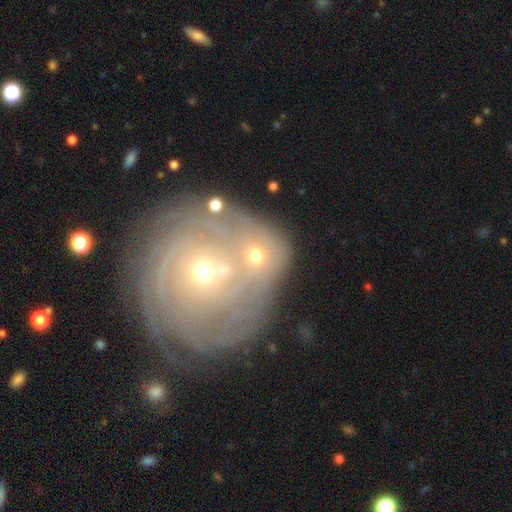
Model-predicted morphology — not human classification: smooth 49%, featured or disk 35%, star or artifact 16%. Down the decision tree: merging — merger (74%).